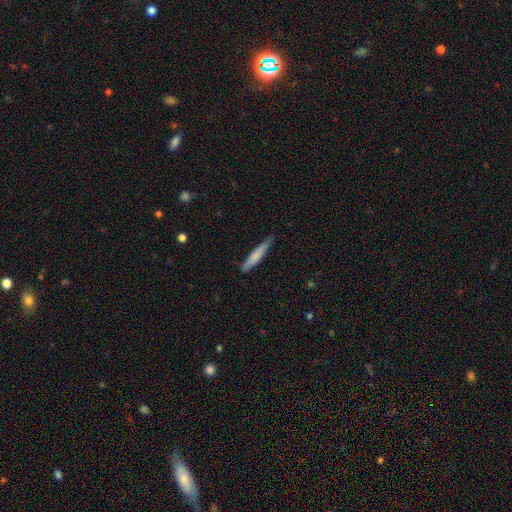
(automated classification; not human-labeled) A smooth galaxy with no disk features (71%) that is cigar-shaped (93%). Merging: none (80%).